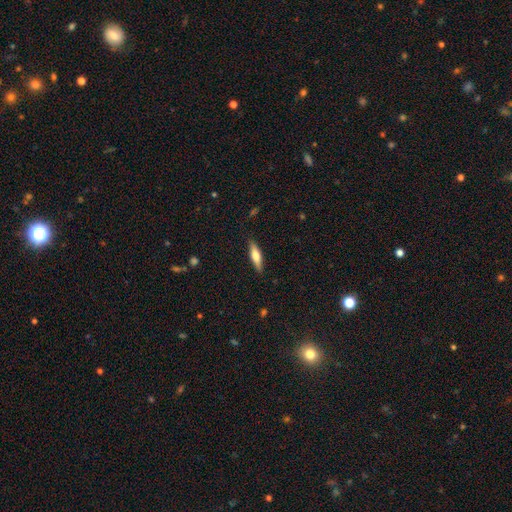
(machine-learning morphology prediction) A smooth galaxy with no disk features (60%) that is cigar-shaped (67%).

Vote fractions:
- Smooth or featured? smooth: 60% / featured or disk: 34% / star or artifact: 6%
- How rounded? cigar-shaped: 67% / in between: 32% / round: 2%
- Merging? none: 87% / minor disturbance: 10% / major disturbance: 2% / merger: 1%